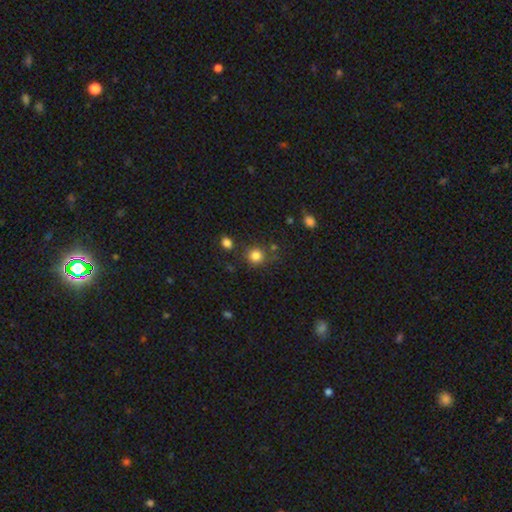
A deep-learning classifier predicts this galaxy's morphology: A smooth galaxy with no disk features (82%) that is round (90%). Merging: none (77%).